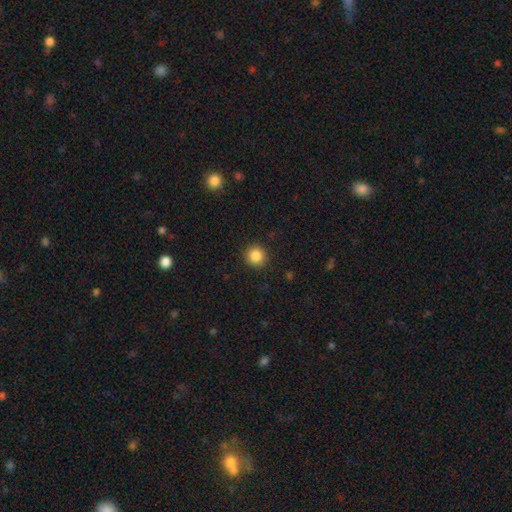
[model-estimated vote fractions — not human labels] smooth 86%, star or artifact 10%, featured or disk 4%. Down the decision tree: how rounded — round (93%); merging — none (91%).